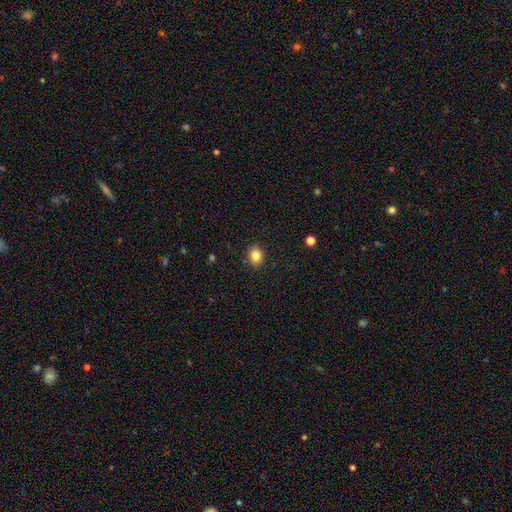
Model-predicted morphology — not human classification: type=smooth (83%); roundness=in between (51%); merging=none (89%).